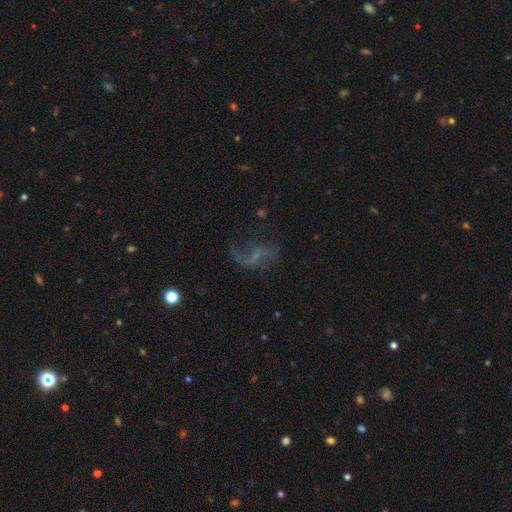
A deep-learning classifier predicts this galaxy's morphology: Overall: featured or disk (67%). Edge-on disk: no (96%). Bar: no (47%; weak 39%). Spiral arms: yes (80%). Spiral arm count: 2 (64%; 1 24%). Spiral winding: loose (82%). Bulge size: none (48%; small 41%). Merging: none (51%; major disturbance 27%).